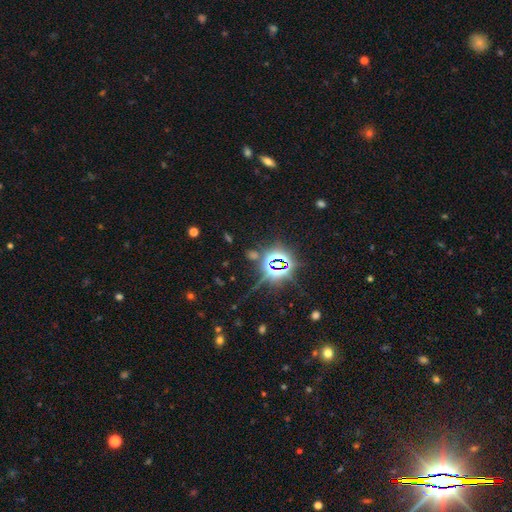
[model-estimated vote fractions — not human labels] This is clearly a star or artifact rather than a galaxy (80%).